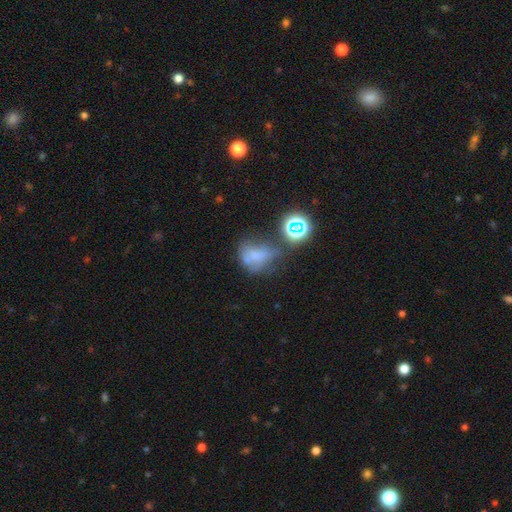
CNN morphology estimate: Q: Smooth or featured?
A: smooth (49%); runner-up: featured or disk (27%)
Q: Merging?
A: none (30%); runner-up: major disturbance (28%)